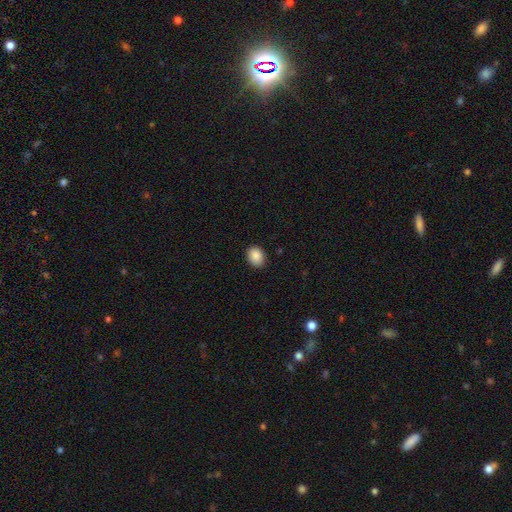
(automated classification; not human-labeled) Smooth or featured?
  - smooth: 89% *
  - star or artifact: 8%
  - featured or disk: 4%
How rounded?
  - in between: 64% *
  - round: 36%
  - cigar-shaped: 1%
Merging?
  - none: 89% *
  - minor disturbance: 8%
  - major disturbance: 2%
  - merger: 1%